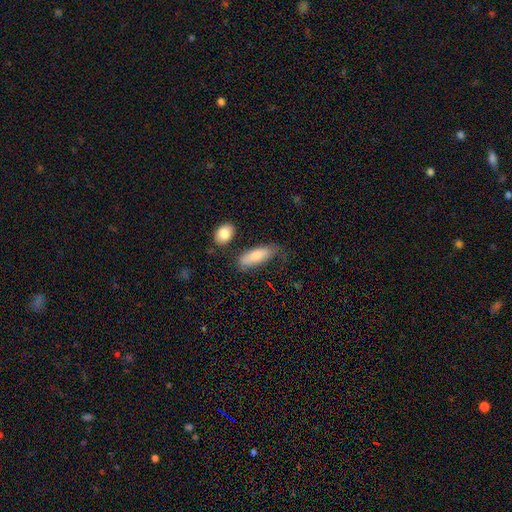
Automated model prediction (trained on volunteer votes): This appears to be a smooth galaxy with no disk features (81%) that is in between round and cigar-shaped (72%). Merging: none (57%).